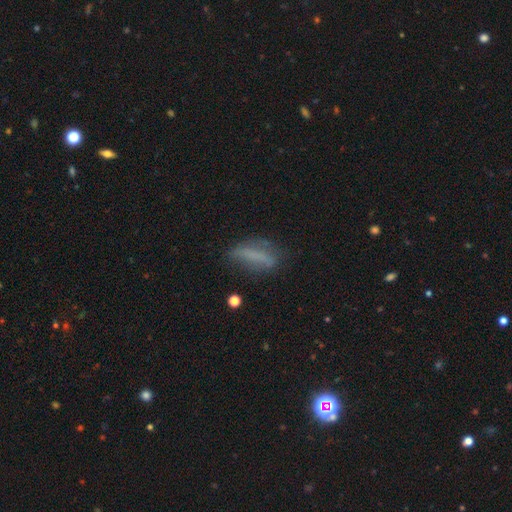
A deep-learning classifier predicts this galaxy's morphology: Smooth or featured? Predicted: smooth (p=0.61). How rounded? Predicted: cigar-shaped (p=0.53). Merging? Predicted: none (p=0.59).